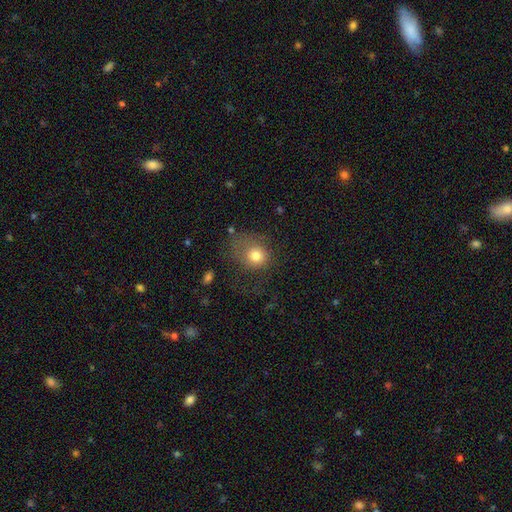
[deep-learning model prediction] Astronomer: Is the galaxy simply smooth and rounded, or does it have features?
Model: smooth — 76%.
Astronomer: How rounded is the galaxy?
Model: round — 66%.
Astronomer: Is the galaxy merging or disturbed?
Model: none — 43% (runner-up: major disturbance, 31%).